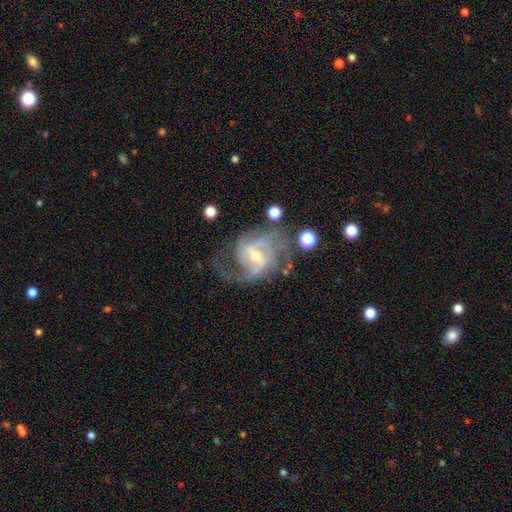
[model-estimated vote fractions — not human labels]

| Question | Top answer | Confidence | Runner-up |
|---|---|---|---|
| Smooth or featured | featured or disk | 88% | star or artifact (6%) |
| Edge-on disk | no | 97% | yes (3%) |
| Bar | weak | 49% | no (29%) |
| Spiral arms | yes | 96% | no (4%) |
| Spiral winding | medium | 50% | tight (26%) |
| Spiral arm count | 2 | 44% | 3 (21%) |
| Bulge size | small | 54% | moderate (42%) |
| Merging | none | 58% | minor disturbance (19%) |